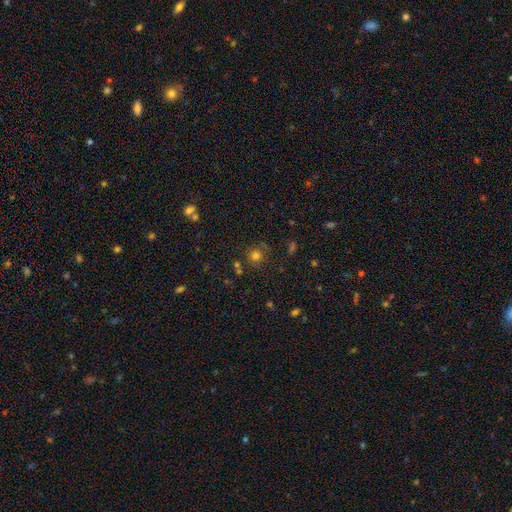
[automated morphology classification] A smooth galaxy with no disk features (72%) that is round (90%). Merging: none (73%).